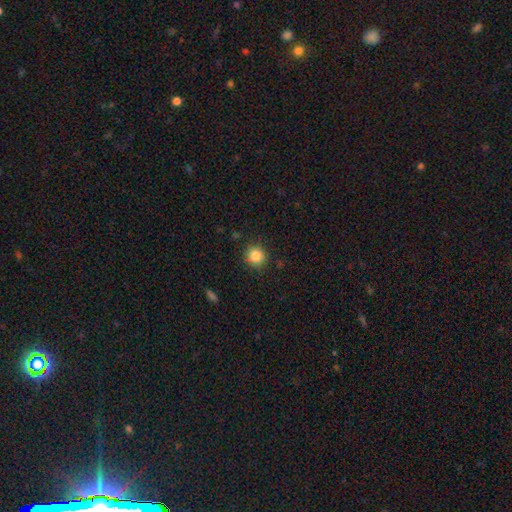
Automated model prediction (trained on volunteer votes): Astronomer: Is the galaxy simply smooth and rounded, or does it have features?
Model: smooth — 84%.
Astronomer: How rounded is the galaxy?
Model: round — 91%.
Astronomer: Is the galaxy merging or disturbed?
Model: none — 87%.